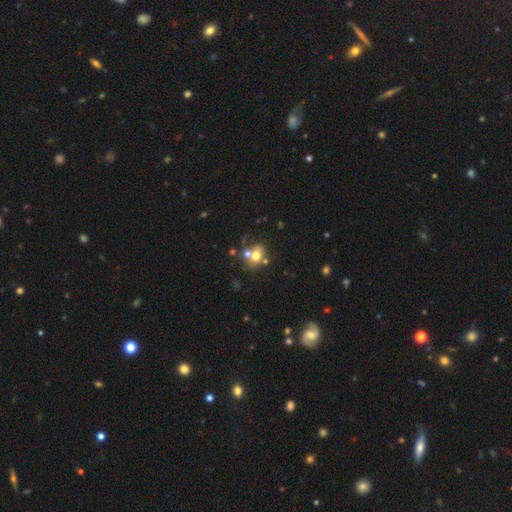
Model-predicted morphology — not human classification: Smooth or featured?
  - smooth: 59% *
  - featured or disk: 26%
  - star or artifact: 15%
How rounded?
  - round: 59% *
  - in between: 40%
  - cigar-shaped: 1%
Merging?
  - merger: 41% *
  - none: 39%
  - minor disturbance: 12%
  - major disturbance: 8%